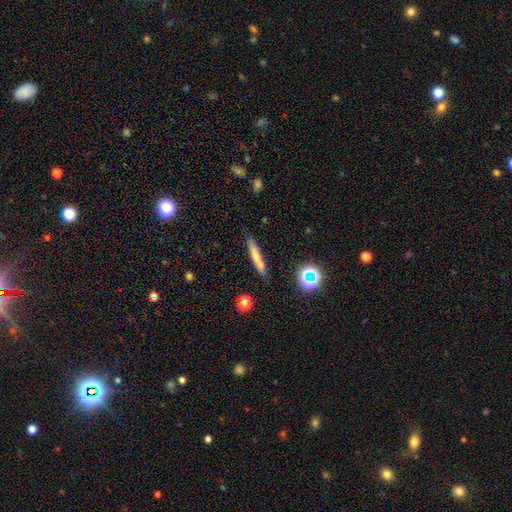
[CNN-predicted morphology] smooth 65%, featured or disk 23%, star or artifact 12%. Down the decision tree: how rounded — cigar-shaped (89%); merging — none (75%).